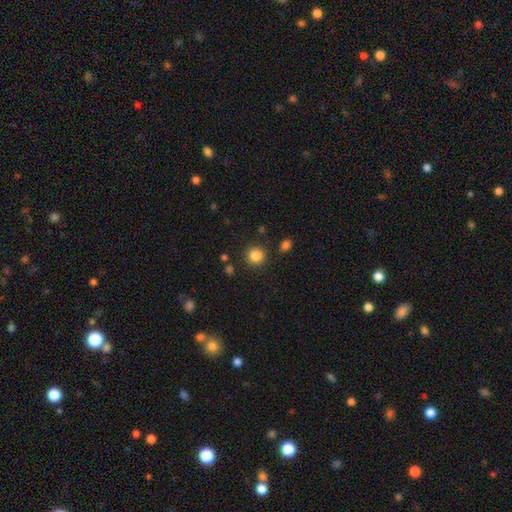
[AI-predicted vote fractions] Overall: smooth (85%). How rounded: round (89%). Merging: none (86%).